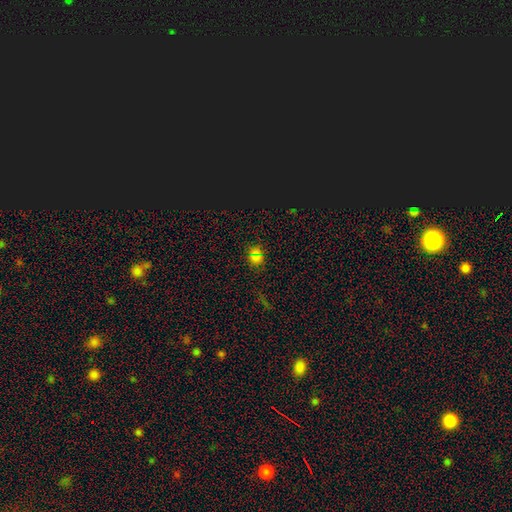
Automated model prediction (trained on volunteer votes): smooth-or-featured: smooth: 56% | star or artifact: 37% | featured or disk: 6%
  how-rounded: round: 79% | in between: 19% | cigar-shaped: 2%
  merging: none: 86% | minor disturbance: 8% | major disturbance: 4% | merger: 2%